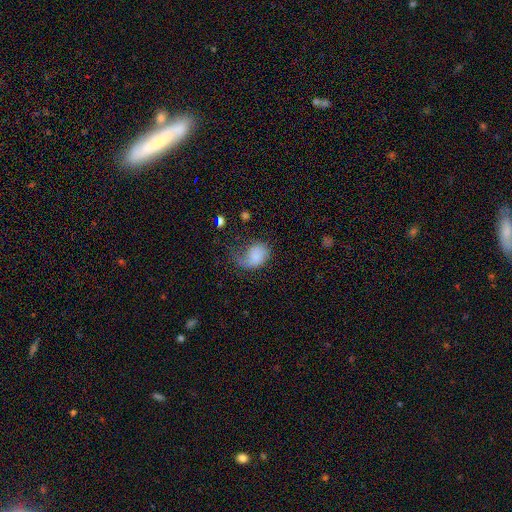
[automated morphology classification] Overall: smooth (70%). How rounded: in between (70%). Merging: major disturbance (46%; minor disturbance 28%).